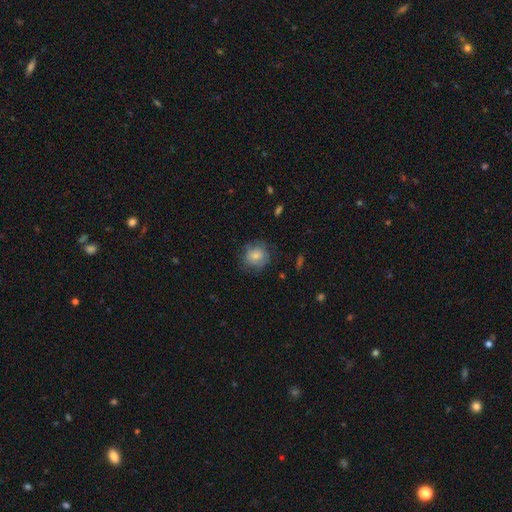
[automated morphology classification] Overall: smooth (76%). How rounded: round (84%). Merging: none (72%).